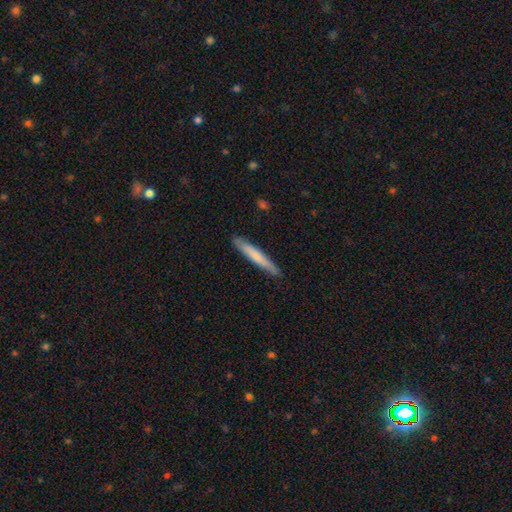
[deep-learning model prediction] Q: Smooth or featured?
A: smooth (69%); runner-up: featured or disk (26%)
Q: How rounded?
A: cigar-shaped (95%); runner-up: in between (4%)
Q: Merging?
A: none (89%); runner-up: minor disturbance (9%)